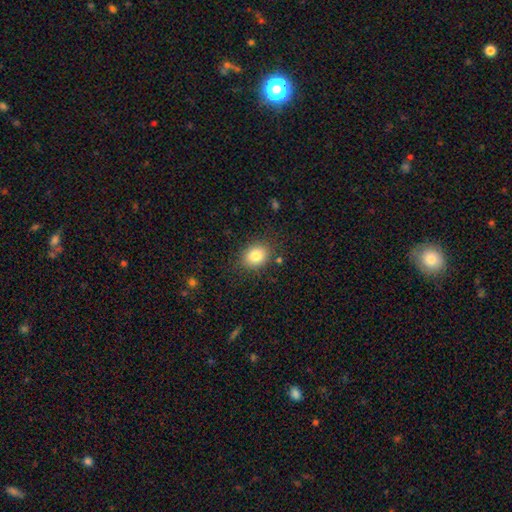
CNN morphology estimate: A smooth galaxy with no disk features (82%) that is round (55%).

Vote fractions:
- Smooth or featured? smooth: 82% / star or artifact: 10% / featured or disk: 8%
- How rounded? round: 55% / in between: 44% / cigar-shaped: 1%
- Merging? none: 83% / minor disturbance: 11% / major disturbance: 4% / merger: 2%